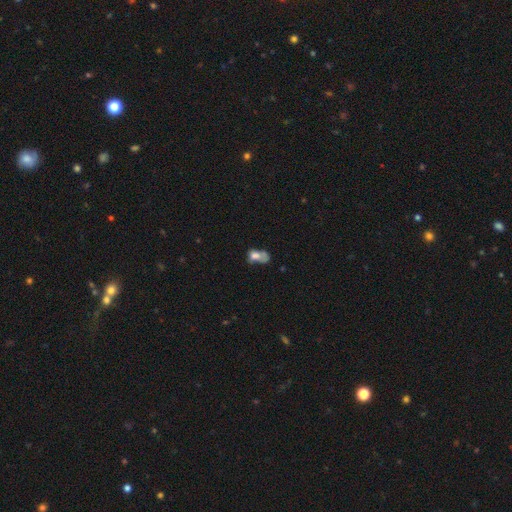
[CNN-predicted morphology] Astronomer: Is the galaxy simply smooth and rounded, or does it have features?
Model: smooth — 62%.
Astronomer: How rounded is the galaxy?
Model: in between — 73%.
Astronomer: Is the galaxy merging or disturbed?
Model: merger — 37% (runner-up: major disturbance, 28%).